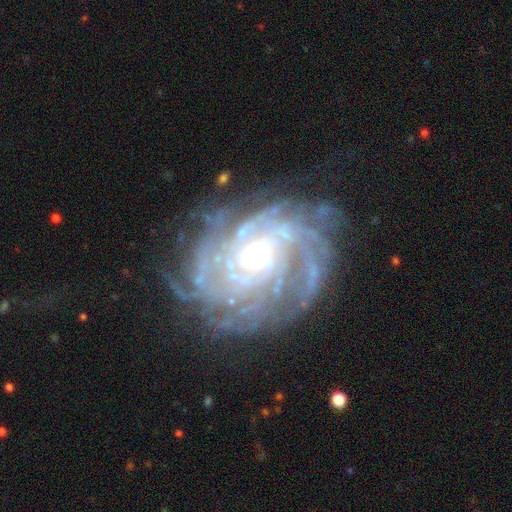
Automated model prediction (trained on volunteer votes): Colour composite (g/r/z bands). It shows a featured or disk galaxy (90%) with no bar (63%), can't tell (27%, tied with more than 4) tight (77%) spiral arms (97%) and a moderate central bulge (54%). Merging: none (74%).